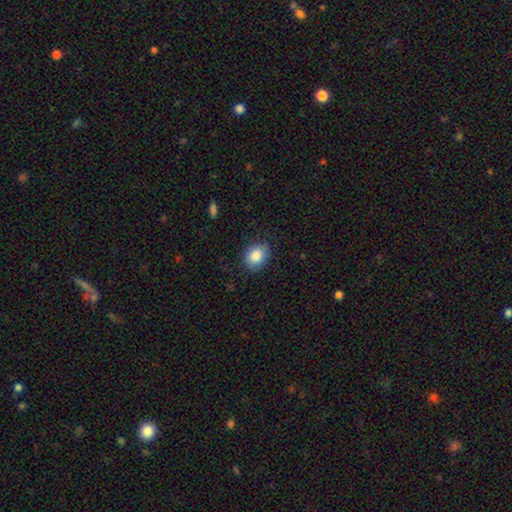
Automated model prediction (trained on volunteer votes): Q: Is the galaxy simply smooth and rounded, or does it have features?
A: smooth — 86%.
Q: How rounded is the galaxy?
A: in between — 50%.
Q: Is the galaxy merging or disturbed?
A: none — 80%.